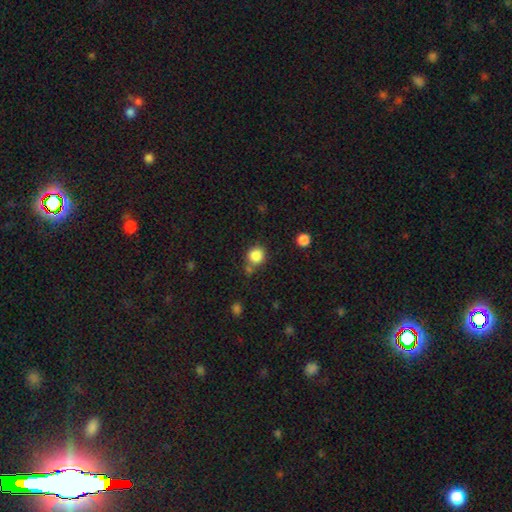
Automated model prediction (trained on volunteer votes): A smooth galaxy with no disk features (85%) that is round (87%). Merging: none (67%).